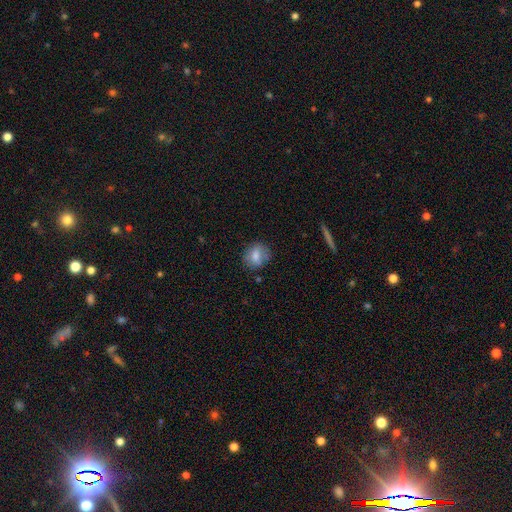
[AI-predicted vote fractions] Smooth or featured: smooth — 72% (featured or disk — 19%)
How rounded: round — 60% (in between — 38%)
Merging: none — 74% (minor disturbance — 19%)